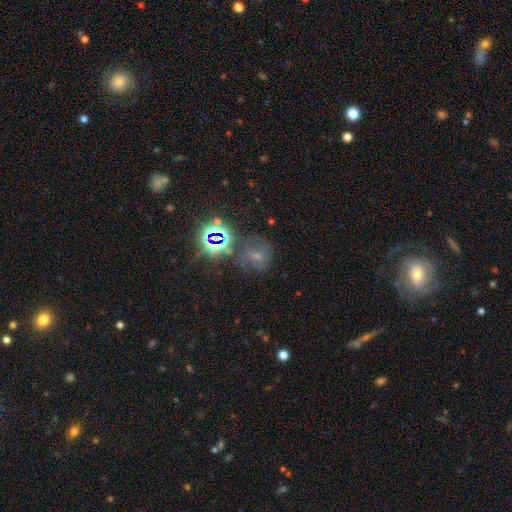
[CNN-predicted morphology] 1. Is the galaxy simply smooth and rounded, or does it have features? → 42% star or artifact, 31% smooth, 27% featured or disk.